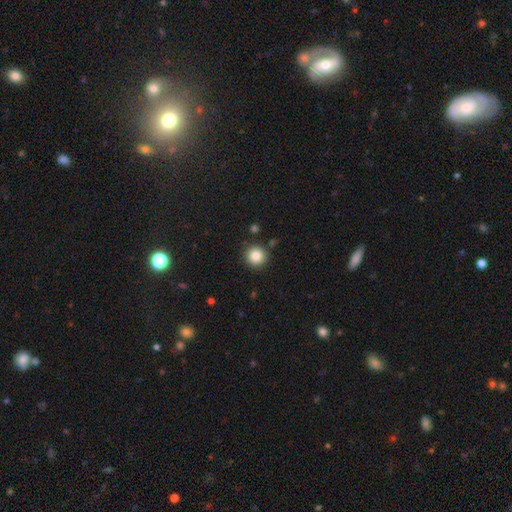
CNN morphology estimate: A smooth galaxy with no disk features (86%) that is round (94%).

Vote fractions:
- Smooth or featured? smooth: 86% / star or artifact: 10% / featured or disk: 4%
- How rounded? round: 94% / in between: 5% / cigar-shaped: 1%
- Merging? none: 89% / minor disturbance: 7% / merger: 2% / major disturbance: 2%